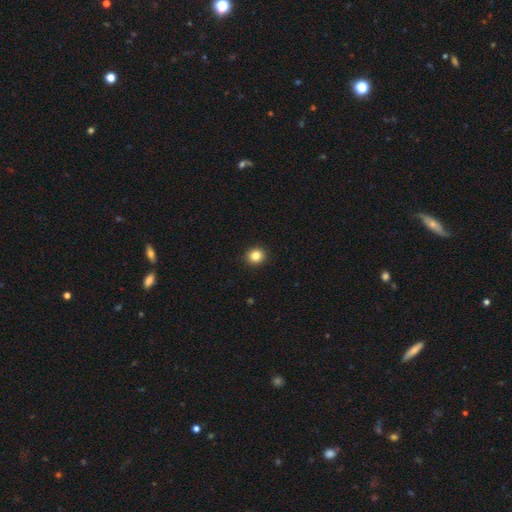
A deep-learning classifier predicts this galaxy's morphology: smooth-or-featured: smooth: 84% | star or artifact: 11% | featured or disk: 5%
  how-rounded: round: 84% | in between: 15% | cigar-shaped: 1%
  merging: none: 93% | minor disturbance: 5% | major disturbance: 2% | merger: 1%